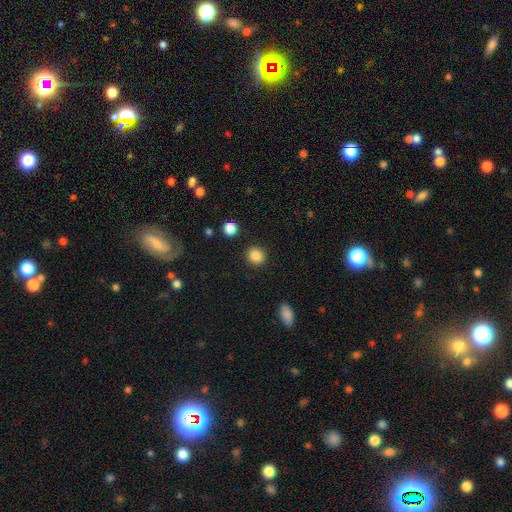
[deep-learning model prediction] A smooth galaxy with no disk features (87%) that is round (84%).

Vote fractions:
- Smooth or featured? smooth: 87% / star or artifact: 10% / featured or disk: 3%
- How rounded? round: 84% / in between: 15% / cigar-shaped: 1%
- Merging? none: 89% / minor disturbance: 6% / major disturbance: 2% / merger: 2%